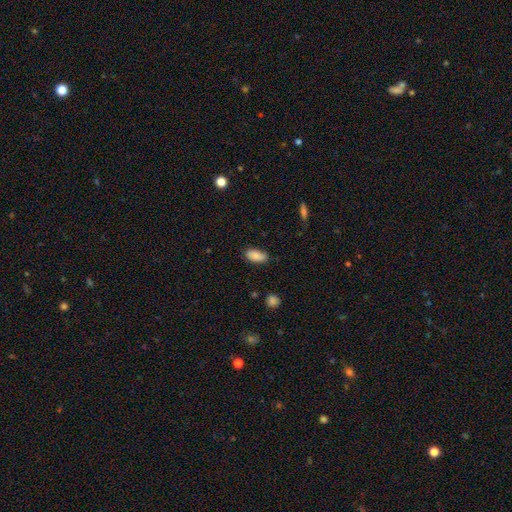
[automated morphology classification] Smooth or featured? Predicted: smooth (p=0.86). How rounded? Predicted: in between (p=0.91). Merging? Predicted: none (p=0.76).